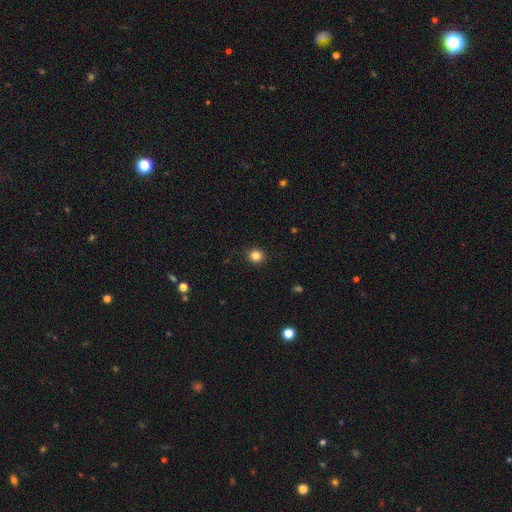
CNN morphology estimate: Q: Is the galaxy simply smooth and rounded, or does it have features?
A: smooth — 84%.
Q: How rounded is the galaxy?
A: round — 92%.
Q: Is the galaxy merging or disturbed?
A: none — 91%.